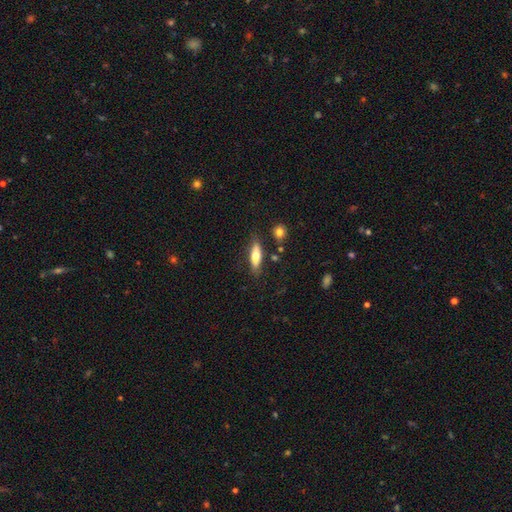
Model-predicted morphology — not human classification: type=smooth (62%); roundness=cigar-shaped (52%); merging=none (78%).